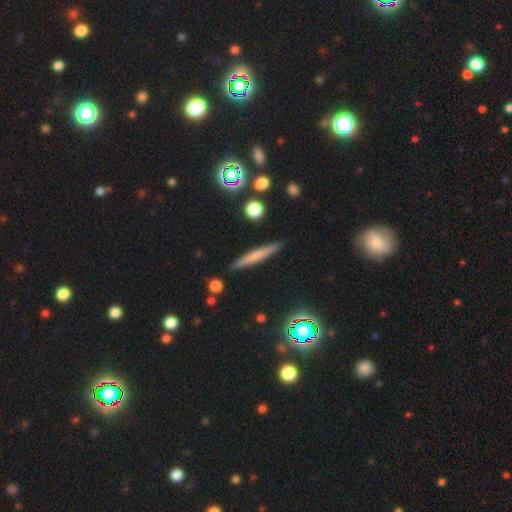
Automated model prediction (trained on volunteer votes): Smooth or featured?
  - smooth: 56% *
  - featured or disk: 35%
  - star or artifact: 9%
How rounded?
  - cigar-shaped: 94% *
  - in between: 4%
  - round: 2%
Merging?
  - none: 89% *
  - minor disturbance: 7%
  - merger: 2%
  - major disturbance: 2%